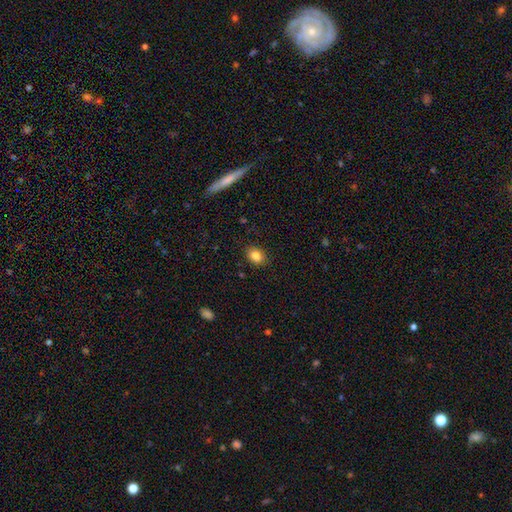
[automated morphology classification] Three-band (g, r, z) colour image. It shows a smooth galaxy with no disk features (84%) that is in between round and cigar-shaped (62%). Merging: none (87%).